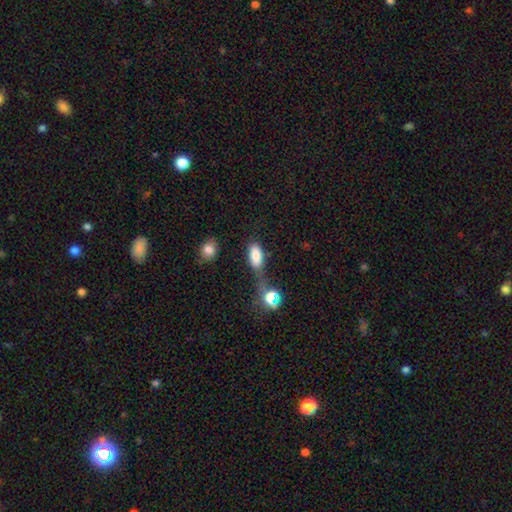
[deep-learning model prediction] Q: Smooth or featured?
A: smooth (81%); runner-up: star or artifact (11%)
Q: How rounded?
A: in between (85%); runner-up: cigar-shaped (9%)
Q: Merging?
A: none (36%); runner-up: merger (27%)